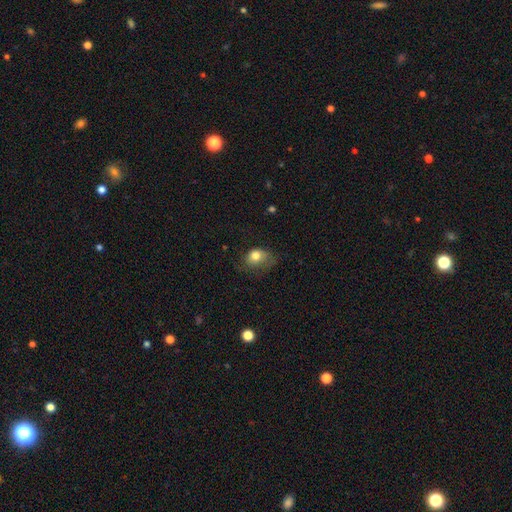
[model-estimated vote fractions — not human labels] Morphology: type=smooth (77%); roundness=in between (66%); merging=none (39%).